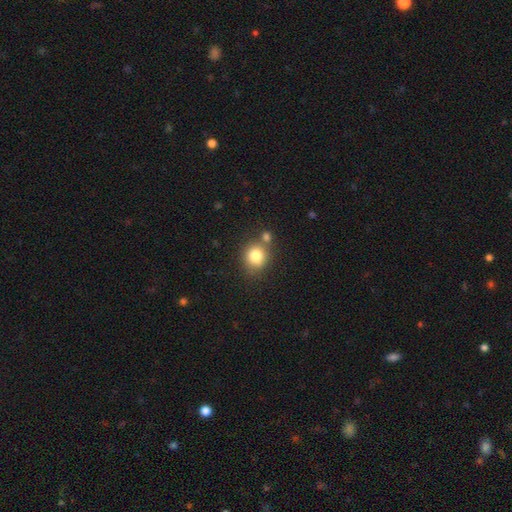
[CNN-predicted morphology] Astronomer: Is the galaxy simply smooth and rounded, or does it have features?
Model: smooth — 80%.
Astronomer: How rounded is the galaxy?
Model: round — 82%.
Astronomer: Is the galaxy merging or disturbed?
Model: none — 65%.